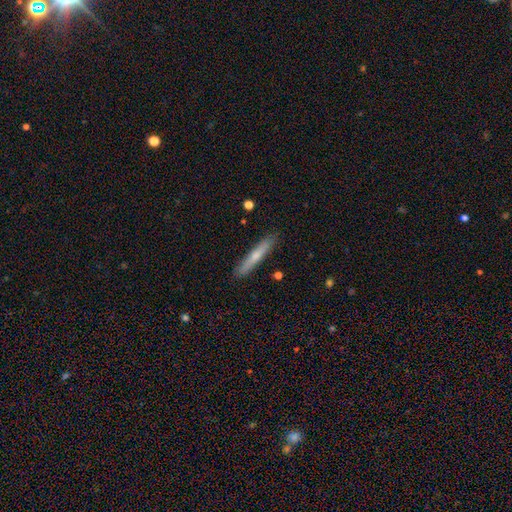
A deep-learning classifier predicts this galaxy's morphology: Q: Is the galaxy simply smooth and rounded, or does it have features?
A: smooth — 57%.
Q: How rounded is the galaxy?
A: cigar-shaped — 94%.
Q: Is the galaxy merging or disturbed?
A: none — 89%.